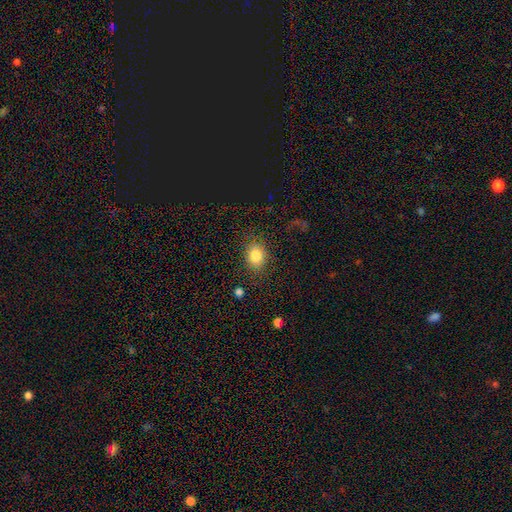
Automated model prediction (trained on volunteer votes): This appears to be a smooth galaxy with no disk features (83%) that is in between round and cigar-shaped (60%). Merging: none (83%).